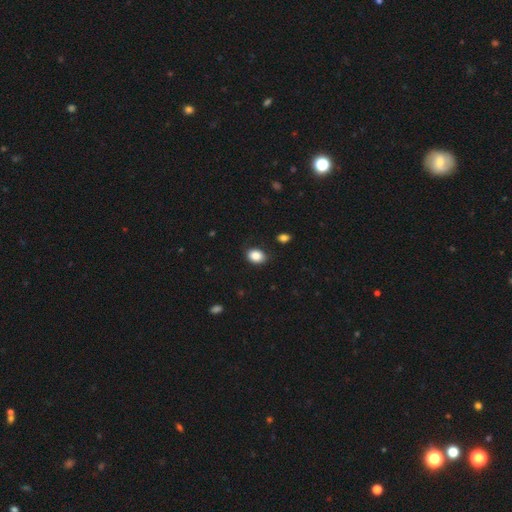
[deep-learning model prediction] A smooth galaxy with no disk features (87%) that is in between round and cigar-shaped (66%). Merging: none (83%).